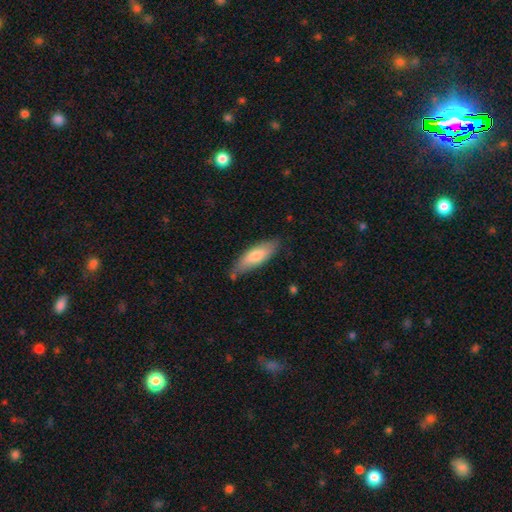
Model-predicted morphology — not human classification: smooth_or_featured: smooth (p=0.74) [alt: featured or disk p=0.20]
how_rounded: in between (p=0.53) [alt: cigar-shaped p=0.46]
merging: none (p=0.75) [alt: minor disturbance p=0.19]